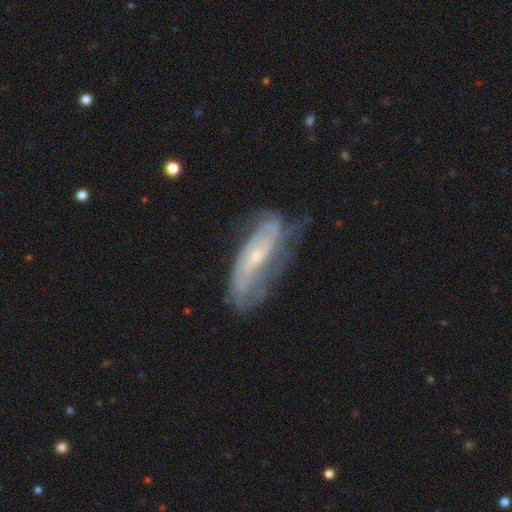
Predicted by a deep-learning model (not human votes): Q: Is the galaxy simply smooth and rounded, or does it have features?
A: featured or disk — 77%.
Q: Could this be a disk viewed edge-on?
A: no — 84%.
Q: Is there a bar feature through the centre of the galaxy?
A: no — 48%.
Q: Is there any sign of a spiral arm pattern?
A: yes — 85%.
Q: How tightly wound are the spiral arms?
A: tight — 47%.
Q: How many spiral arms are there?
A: can't tell — 44%.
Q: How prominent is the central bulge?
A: small — 65%.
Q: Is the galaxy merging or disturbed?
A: none — 55%.